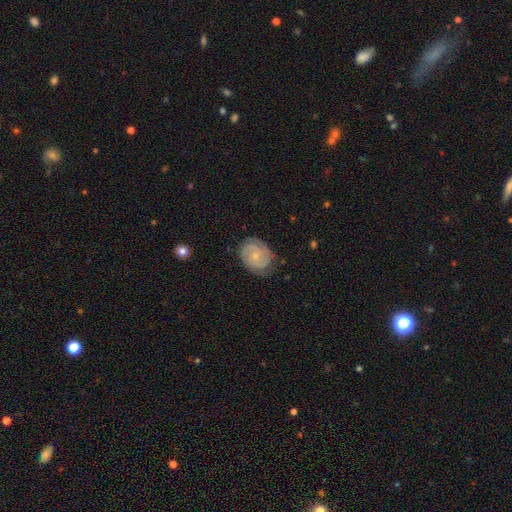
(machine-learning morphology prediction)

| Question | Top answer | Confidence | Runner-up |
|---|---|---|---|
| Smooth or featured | featured or disk | 70% | smooth (24%) |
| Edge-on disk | no | 98% | yes (2%) |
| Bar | no | 77% | weak (20%) |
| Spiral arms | yes | 92% | no (8%) |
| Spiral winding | tight | 67% | medium (27%) |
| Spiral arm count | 2 | 45% | can't tell (25%) |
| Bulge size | small | 73% | moderate (20%) |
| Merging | none | 76% | minor disturbance (18%) |